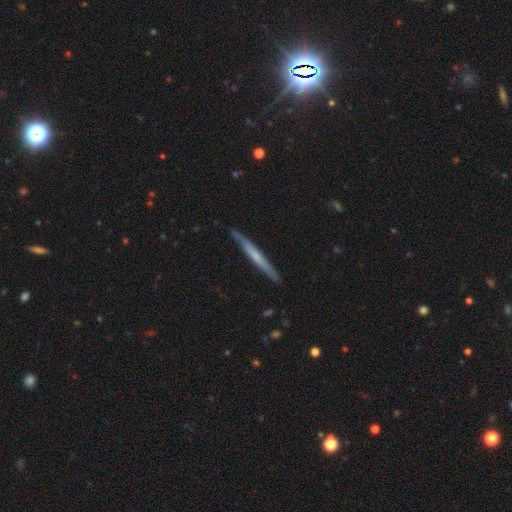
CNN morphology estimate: Smooth or featured? featured or disk (59%)
Edge-on disk? yes (96%)
Edge-on bulge? none (61%)
Merging? none (86%)